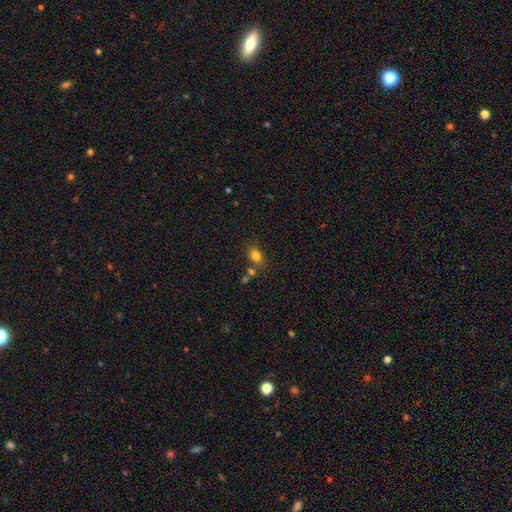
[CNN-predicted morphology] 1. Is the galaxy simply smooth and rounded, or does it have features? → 81% smooth, 11% star or artifact, 8% featured or disk.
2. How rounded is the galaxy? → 68% in between, 30% round, 2% cigar-shaped.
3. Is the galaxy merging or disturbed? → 70% none, 14% minor disturbance, 12% merger, 4% major disturbance.